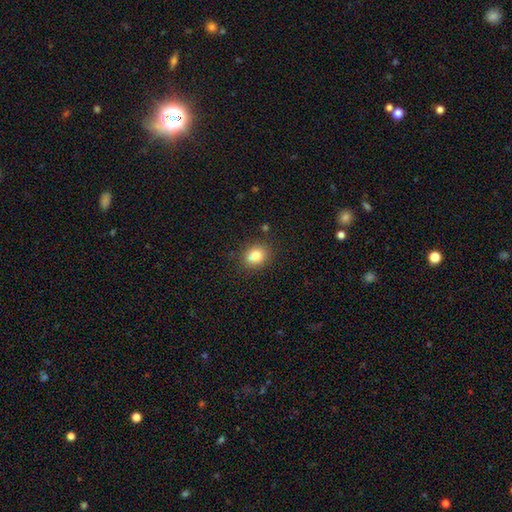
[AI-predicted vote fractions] smooth-or-featured: smooth: 80% | star or artifact: 11% | featured or disk: 9%
  how-rounded: round: 61% | in between: 38% | cigar-shaped: 1%
  merging: none: 82% | minor disturbance: 11% | merger: 3% | major disturbance: 3%